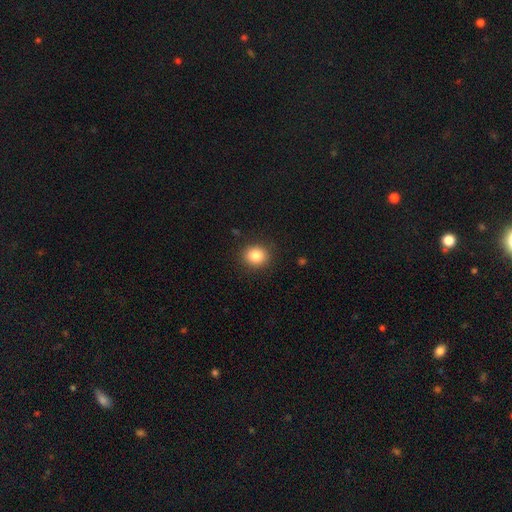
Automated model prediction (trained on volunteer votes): A smooth galaxy with no disk features (83%) that is round (78%).

Vote fractions:
- Smooth or featured? smooth: 83% / star or artifact: 10% / featured or disk: 7%
- How rounded? round: 78% / in between: 21% / cigar-shaped: 1%
- Merging? none: 90% / minor disturbance: 7% / major disturbance: 2% / merger: 1%